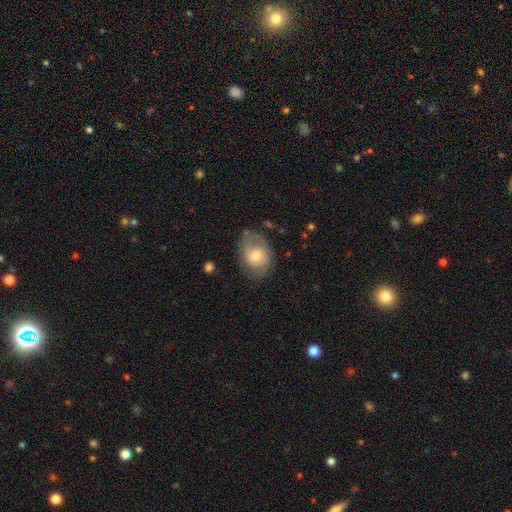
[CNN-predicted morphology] Overall: smooth (58%; featured or disk 35%). How rounded: in between (70%). Merging: none (63%; minor disturbance 25%).